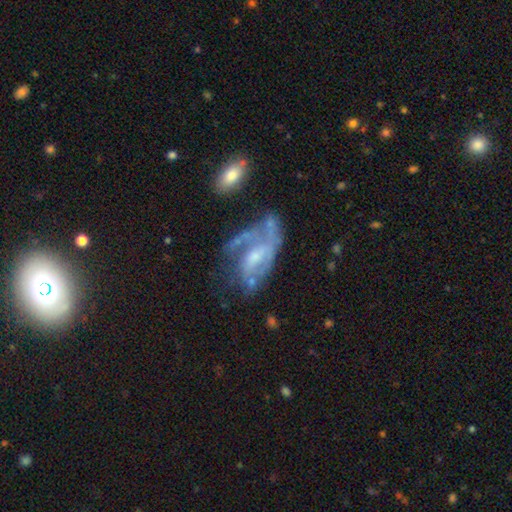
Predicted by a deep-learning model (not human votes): A featured or disk galaxy (75%) with no bar (46%), 2 (36%) medium (42%) spiral arms (73%) and a small central bulge (45%). Merging: major disturbance (34%, tied with none).